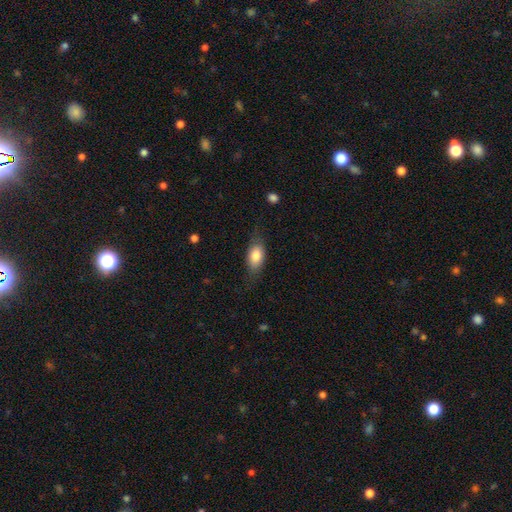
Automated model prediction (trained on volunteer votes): The model was most divided on "merging": none: 70%, minor disturbance: 21%, major disturbance: 7%, merger: 1%. More confident: how rounded — in between (85%); smooth or featured — smooth (76%).